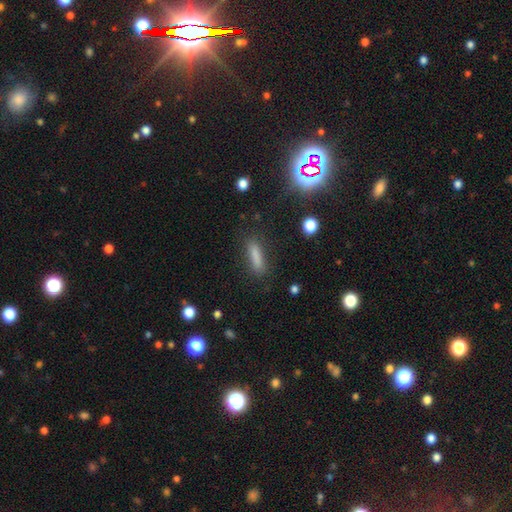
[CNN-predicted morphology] The model was most divided on "how rounded": cigar-shaped: 76%, in between: 21%, round: 3%. More confident: merging — none (83%); smooth or featured — smooth (73%).